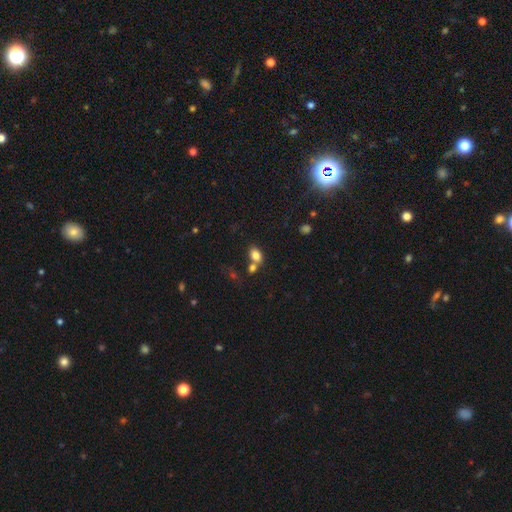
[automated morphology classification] Q: Smooth or featured?
A: smooth (81%); runner-up: star or artifact (10%)
Q: How rounded?
A: in between (80%); runner-up: round (19%)
Q: Merging?
A: none (51%); runner-up: merger (33%)